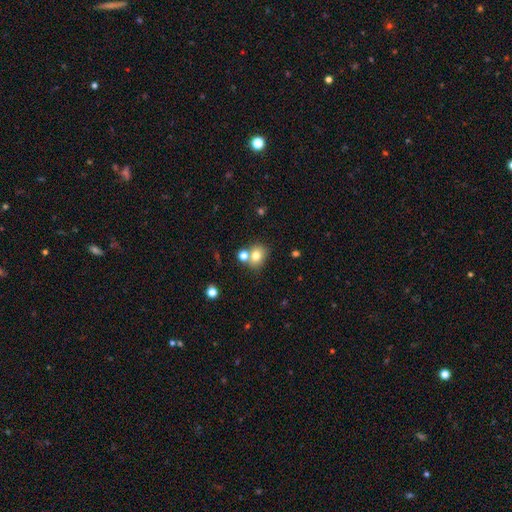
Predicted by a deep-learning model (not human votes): Smooth or featured?
  - smooth: 76% *
  - star or artifact: 13%
  - featured or disk: 12%
How rounded?
  - round: 61% *
  - in between: 38%
  - cigar-shaped: 1%
Merging?
  - none: 59% *
  - merger: 26%
  - minor disturbance: 11%
  - major disturbance: 4%